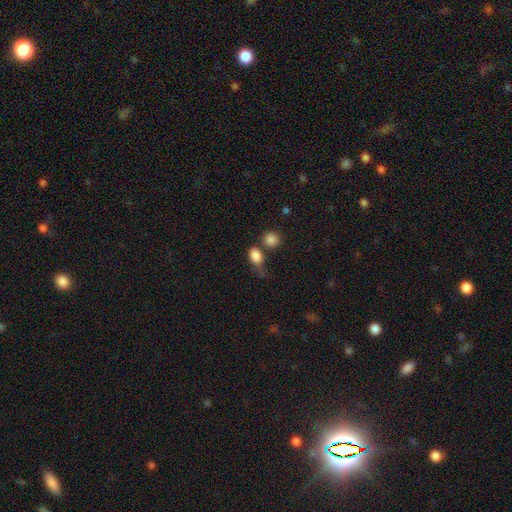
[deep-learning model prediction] Overall: smooth (85%). How rounded: in between (73%). Merging: none (41%; minor disturbance 24%).